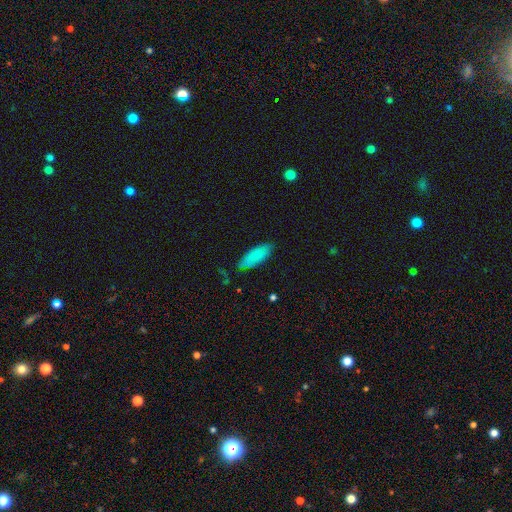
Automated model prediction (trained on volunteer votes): Smooth or featured? Predicted: smooth (p=0.84). How rounded? Predicted: in between (p=0.71). Merging? Predicted: none (p=0.76).